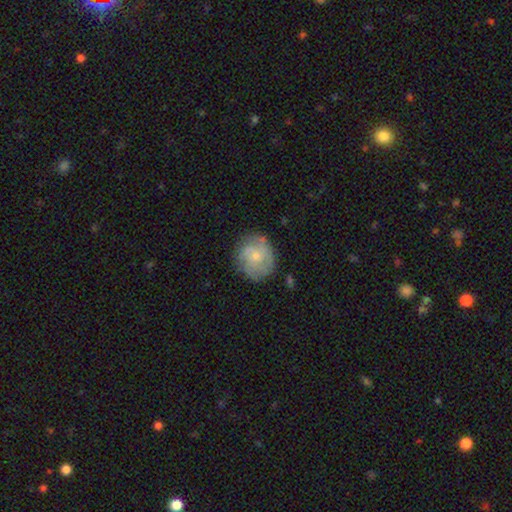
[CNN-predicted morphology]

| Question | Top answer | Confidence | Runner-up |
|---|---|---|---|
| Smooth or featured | featured or disk | 54% | smooth (39%) |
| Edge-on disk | no | 98% | yes (2%) |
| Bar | no | 80% | weak (18%) |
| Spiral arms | yes | 76% | no (24%) |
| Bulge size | small | 63% | moderate (29%) |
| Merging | none | 71% | minor disturbance (19%) |